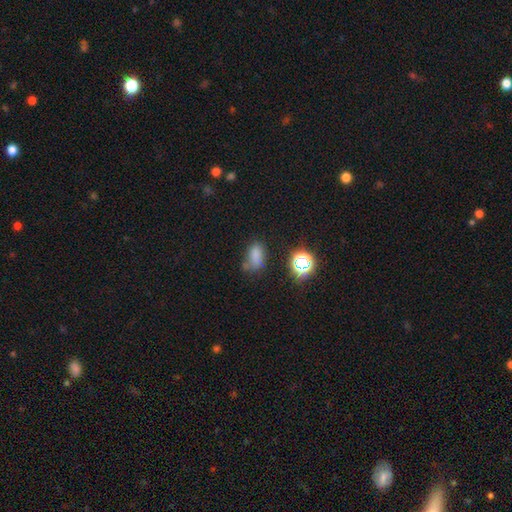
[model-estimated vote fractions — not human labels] This is likely a smooth galaxy (69%). How rounded: clearly in between (83%). Merging: possibly none (46%).